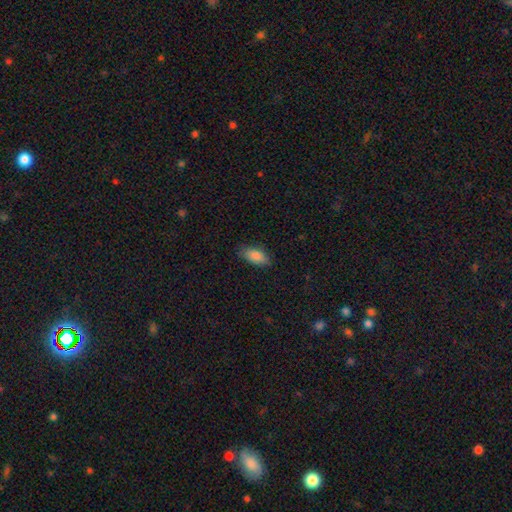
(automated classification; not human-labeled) Overall: smooth (87%). How rounded: in between (88%). Merging: none (83%).